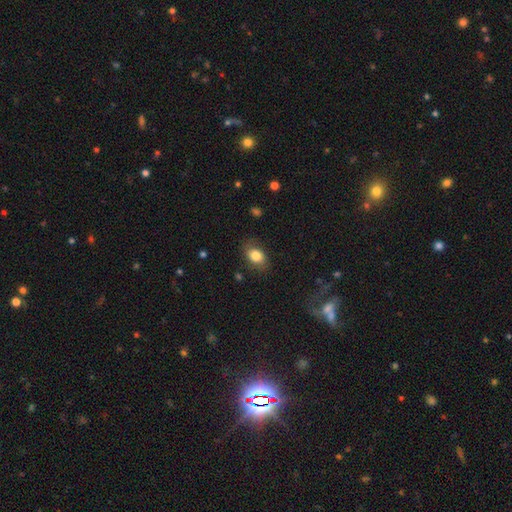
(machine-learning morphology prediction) smooth 82%, featured or disk 10%, star or artifact 8%. Down the decision tree: how rounded — in between (78%); merging — none (76%).